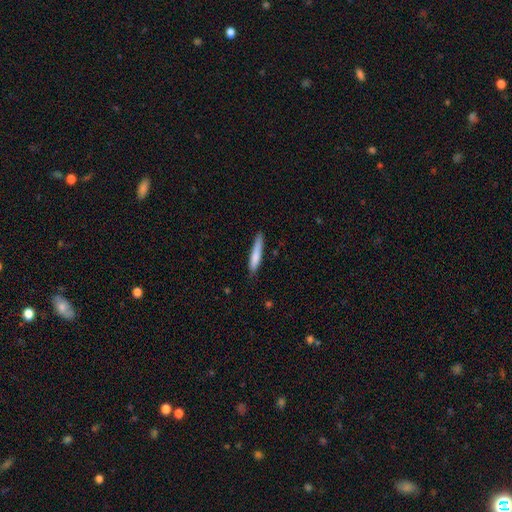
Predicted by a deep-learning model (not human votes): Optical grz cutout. It shows a smooth galaxy with no disk features (78%) that is cigar-shaped (91%). Merging: none (79%).